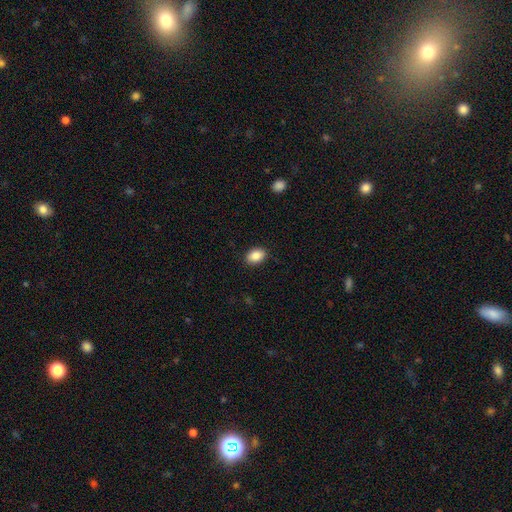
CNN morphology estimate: A smooth galaxy with no disk features (88%) that is in between round and cigar-shaped (83%).

Vote fractions:
- Smooth or featured? smooth: 88% / star or artifact: 8% / featured or disk: 4%
- How rounded? in between: 83% / round: 16% / cigar-shaped: 1%
- Merging? none: 89% / minor disturbance: 8% / major disturbance: 2% / merger: 1%